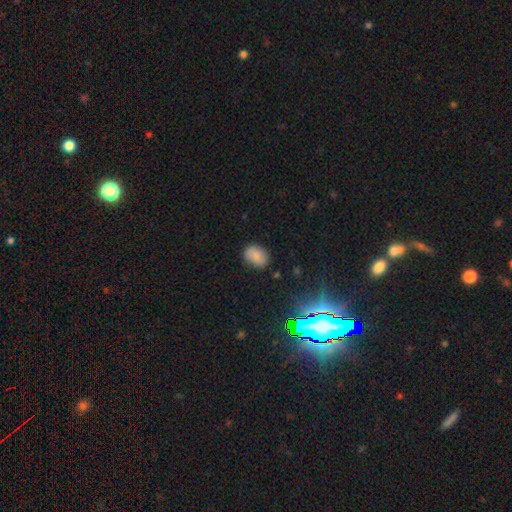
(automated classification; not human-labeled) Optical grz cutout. It shows a smooth galaxy with no disk features (77%) that is in between round and cigar-shaped (74%). Merging: none (79%).